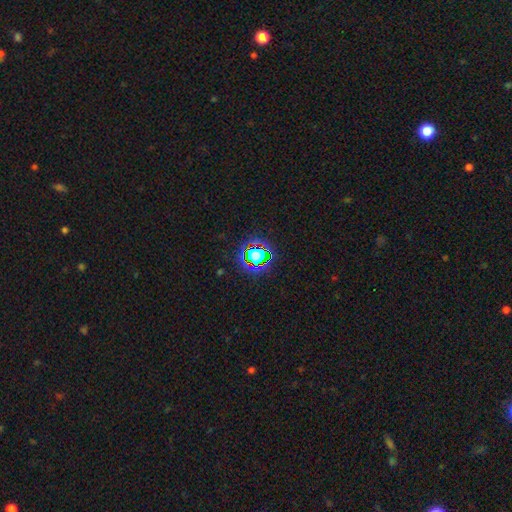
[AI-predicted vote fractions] A star or artifact, not a galaxy (60%).

Vote fractions:
- Smooth or featured? star or artifact: 60% / smooth: 28% / featured or disk: 12%